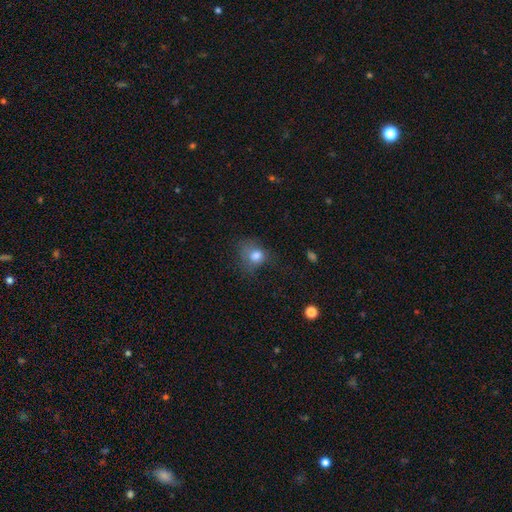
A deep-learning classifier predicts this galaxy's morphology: Overall: smooth (77%). How rounded: round (59%; in between 40%). Merging: none (41%; minor disturbance 29%).